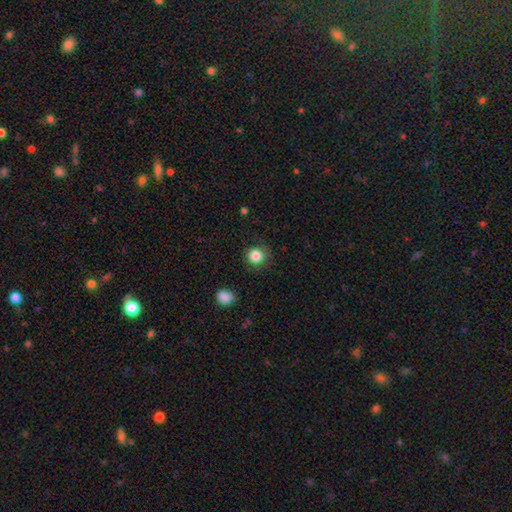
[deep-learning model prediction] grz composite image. It shows a smooth galaxy with no disk features (85%) that is round (91%). Merging: none (84%).